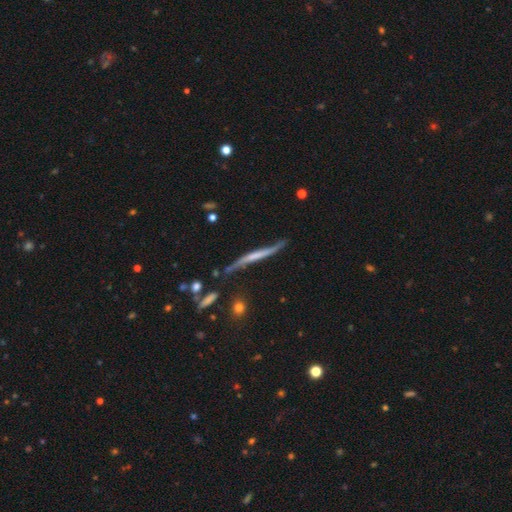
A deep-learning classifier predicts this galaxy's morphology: Smooth or featured? featured or disk (64%)
Edge-on disk? yes (82%)
Edge-on bulge? none (68%)
Merging? none (60%)